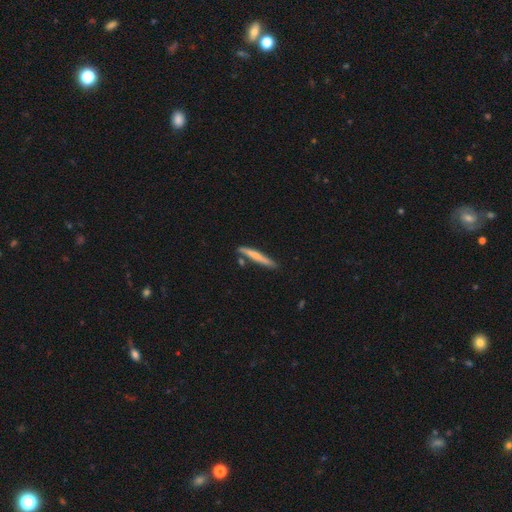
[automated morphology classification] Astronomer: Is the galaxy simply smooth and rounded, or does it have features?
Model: smooth — 61%.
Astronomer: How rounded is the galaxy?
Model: cigar-shaped — 95%.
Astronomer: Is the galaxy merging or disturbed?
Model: none — 76%.